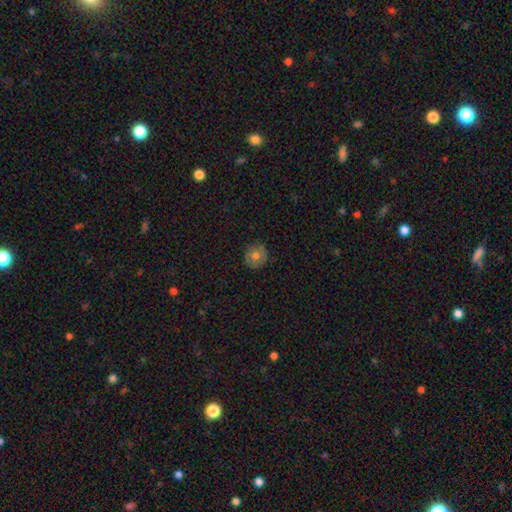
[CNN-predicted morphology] smooth_or_featured: smooth (p=0.72) [alt: featured or disk p=0.18]
how_rounded: round (p=0.91) [alt: in between p=0.08]
merging: none (p=0.85) [alt: minor disturbance p=0.11]